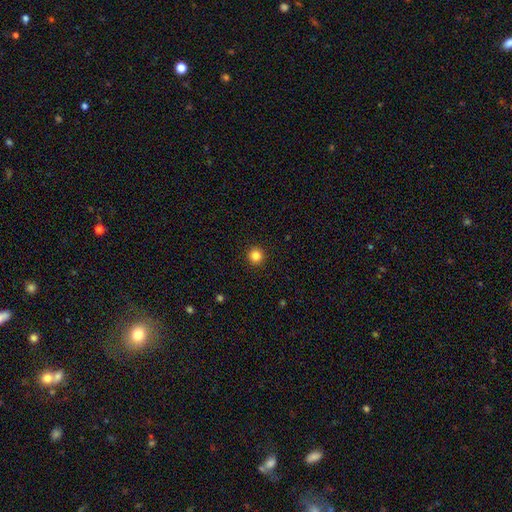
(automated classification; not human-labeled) A smooth galaxy with no disk features (84%) that is round (95%).

Vote fractions:
- Smooth or featured? smooth: 84% / star or artifact: 11% / featured or disk: 4%
- How rounded? round: 95% / in between: 4% / cigar-shaped: 1%
- Merging? none: 93% / minor disturbance: 4% / major disturbance: 2% / merger: 1%